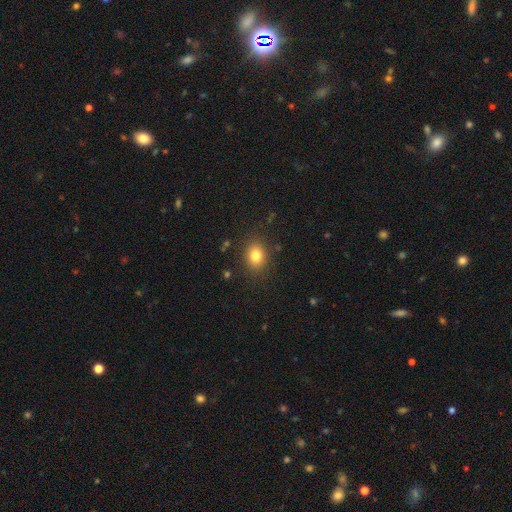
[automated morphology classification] smooth 81%, star or artifact 12%, featured or disk 8%. Down the decision tree: how rounded — in between (54%); merging — none (86%).